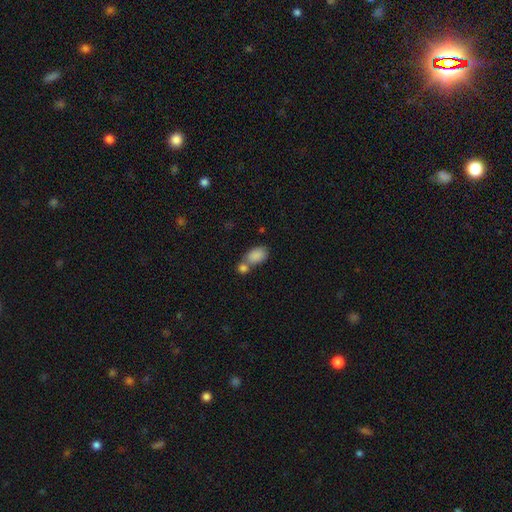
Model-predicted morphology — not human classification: A smooth galaxy with no disk features (86%) that is in between round and cigar-shaped (89%). Merging: merger (49%).